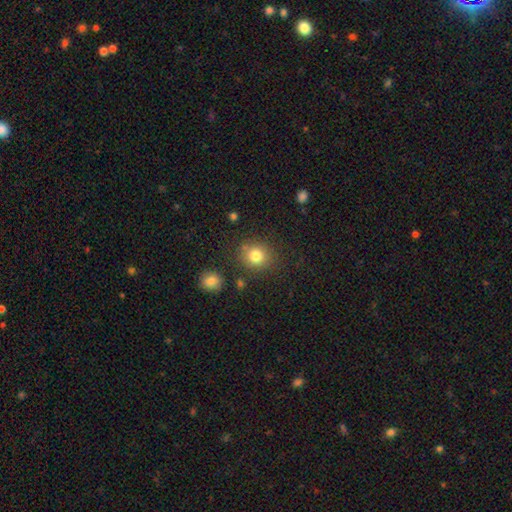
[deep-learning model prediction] smooth 81%, star or artifact 12%, featured or disk 7%. Down the decision tree: how rounded — round (84%); merging — none (82%).